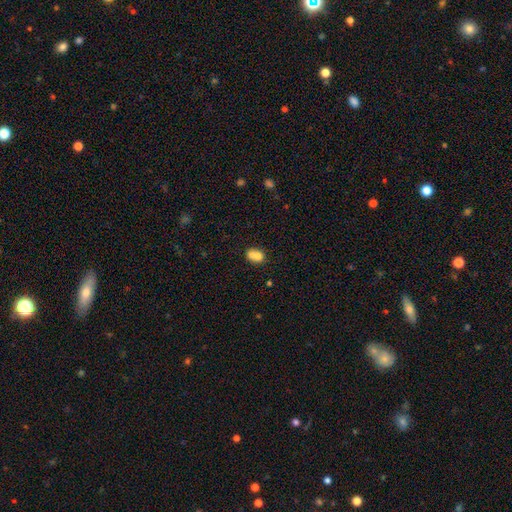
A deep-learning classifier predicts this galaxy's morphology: A smooth galaxy with no disk features (71%) that is round (57%). Merging: merger (67%).